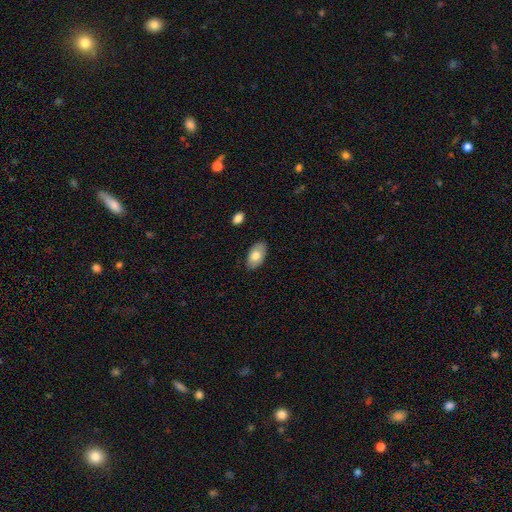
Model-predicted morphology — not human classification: A smooth galaxy with no disk features (76%) that is in between round and cigar-shaped (94%).

Vote fractions:
- Smooth or featured? smooth: 76% / featured or disk: 18% / star or artifact: 6%
- How rounded? in between: 94% / round: 4% / cigar-shaped: 1%
- Merging? none: 86% / minor disturbance: 11% / major disturbance: 2% / merger: 1%